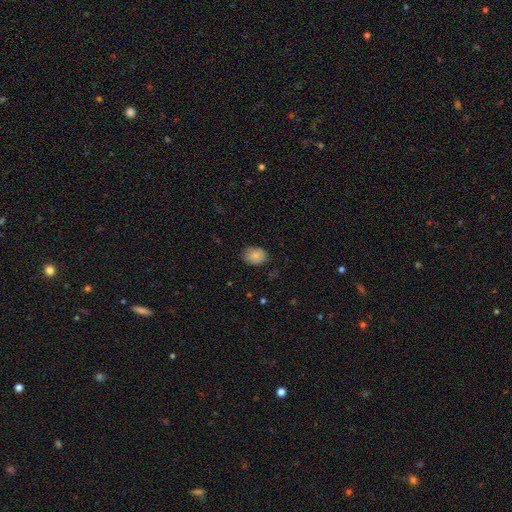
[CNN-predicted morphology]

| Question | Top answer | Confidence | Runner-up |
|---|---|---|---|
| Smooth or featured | smooth | 83% | featured or disk (9%) |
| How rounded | in between | 65% | round (34%) |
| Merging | none | 75% | minor disturbance (21%) |